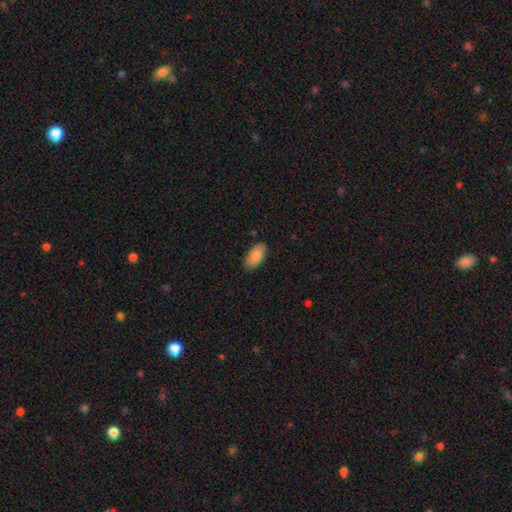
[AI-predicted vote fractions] A smooth galaxy with no disk features (88%) that is in between round and cigar-shaped (94%). Merging: none (86%).